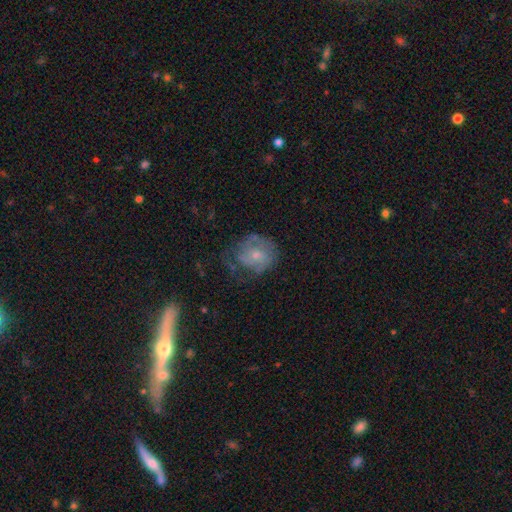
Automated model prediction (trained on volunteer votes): A featured or disk galaxy (55%) with no bar (70%), spiral arms (66%) and a small central bulge (56%).

Vote fractions:
- Smooth or featured? featured or disk: 55% / smooth: 37% / star or artifact: 8%
- Edge-on disk? no: 97% / yes: 3%
- Bar? no: 70% / weak: 26% / strong: 4%
- Spiral arms? yes: 66% / no: 34%
- Bulge size? small: 56% / moderate: 36% / none: 5% / large: 2% / dominant: 1%
- Merging? none: 46% / minor disturbance: 27% / major disturbance: 25% / merger: 2%